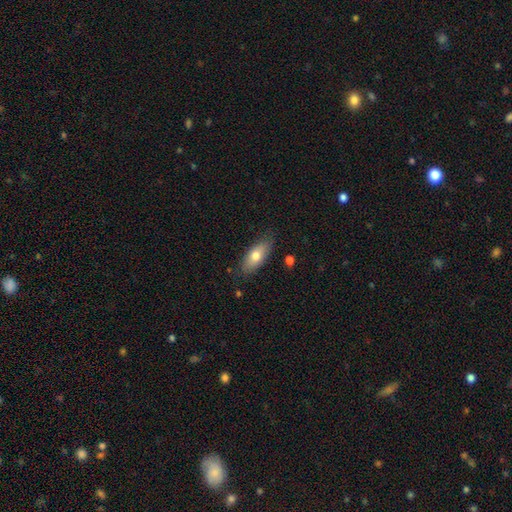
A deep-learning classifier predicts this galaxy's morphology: Overall: smooth (72%). How rounded: in between (80%). Merging: none (80%).